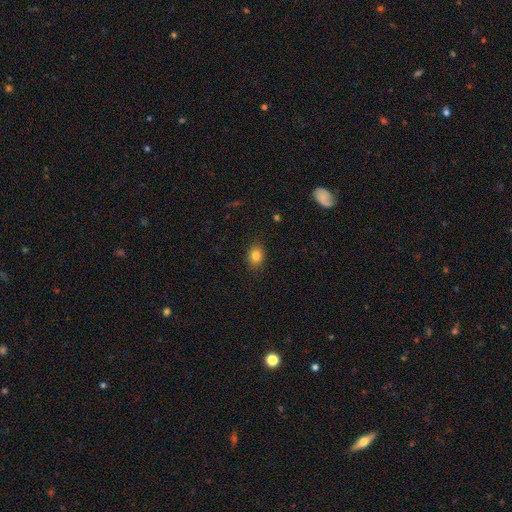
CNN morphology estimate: smooth 83%, star or artifact 11%, featured or disk 7%. Down the decision tree: how rounded — in between (66%); merging — none (87%).